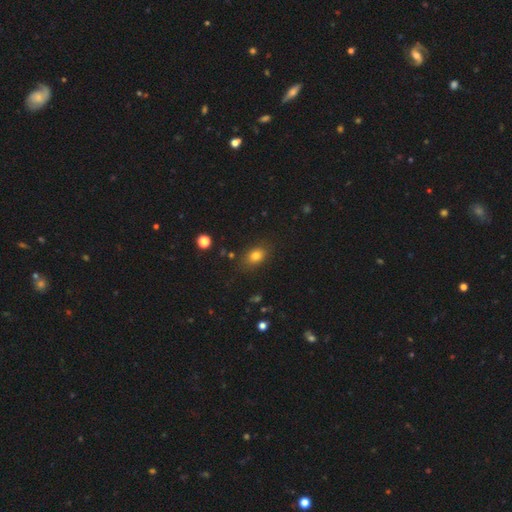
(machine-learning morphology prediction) A smooth galaxy with no disk features (78%) that is in between round and cigar-shaped (70%). Merging: none (81%).